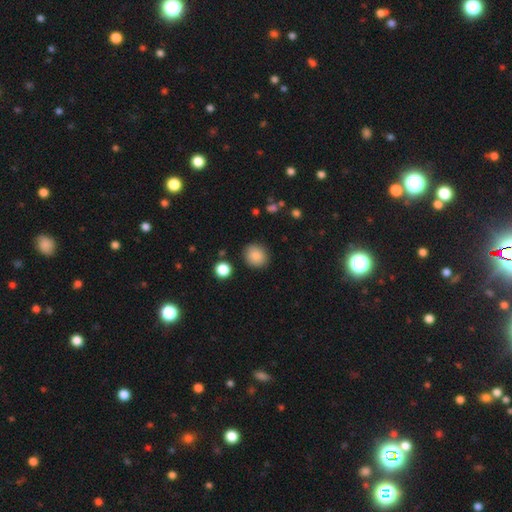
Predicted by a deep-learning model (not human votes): Smooth or featured: smooth — 86% (star or artifact — 9%)
How rounded: round — 77% (in between — 22%)
Merging: none — 87% (minor disturbance — 8%)